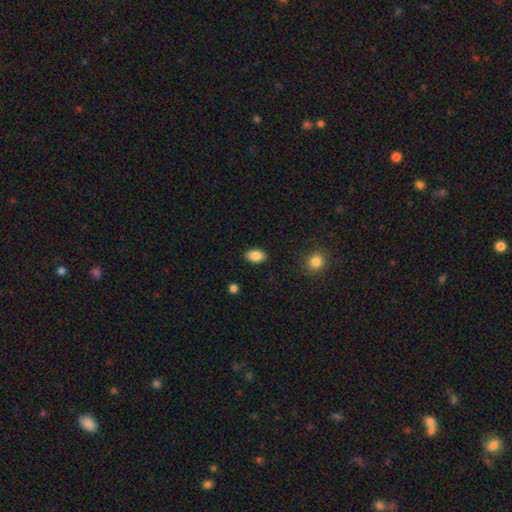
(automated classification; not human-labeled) This is clearly a smooth galaxy (87%). How rounded: clearly in between (90%). Merging: clearly none (88%).